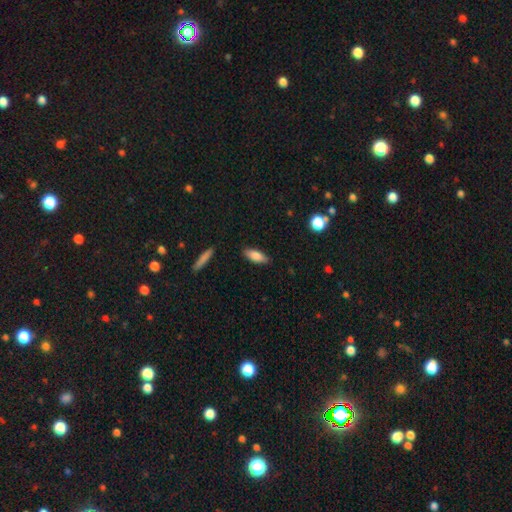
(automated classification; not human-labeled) Smooth or featured? Predicted: smooth (p=0.82). How rounded? Predicted: in between (p=0.68). Merging? Predicted: none (p=0.86).